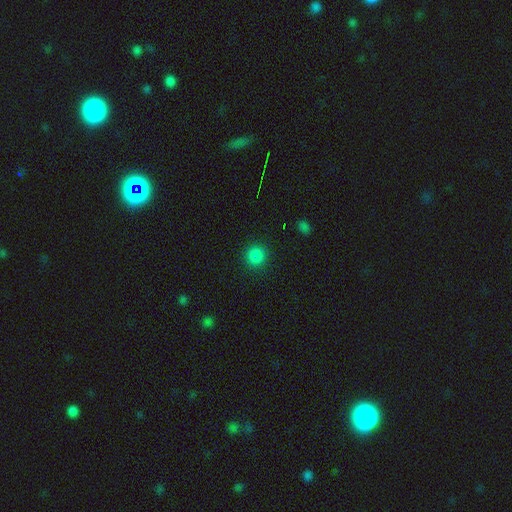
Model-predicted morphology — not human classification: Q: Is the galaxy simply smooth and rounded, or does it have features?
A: smooth — 85%.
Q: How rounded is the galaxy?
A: round — 92%.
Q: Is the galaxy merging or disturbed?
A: none — 90%.